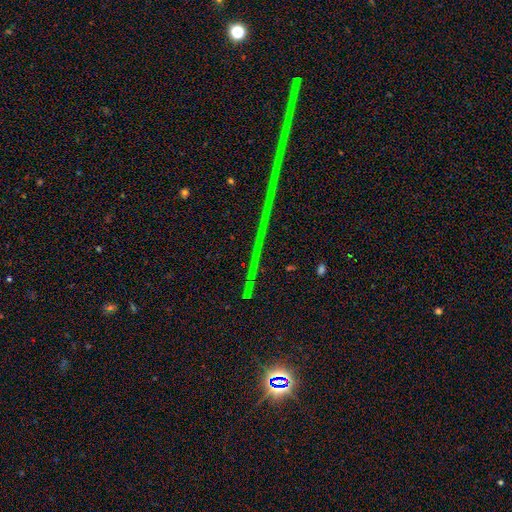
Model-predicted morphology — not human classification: Smooth or featured?
  - star or artifact: 83% *
  - featured or disk: 11%
  - smooth: 6%